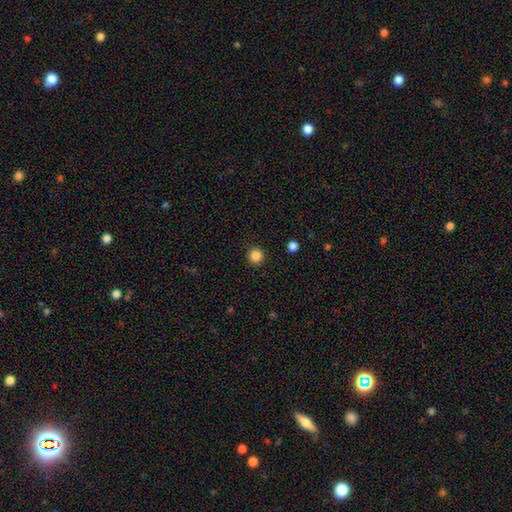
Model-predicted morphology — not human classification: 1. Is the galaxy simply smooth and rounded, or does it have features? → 86% smooth, 11% star or artifact, 3% featured or disk.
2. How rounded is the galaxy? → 94% round, 5% in between, 1% cigar-shaped.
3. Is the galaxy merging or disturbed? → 92% none, 5% minor disturbance, 2% major disturbance, 1% merger.